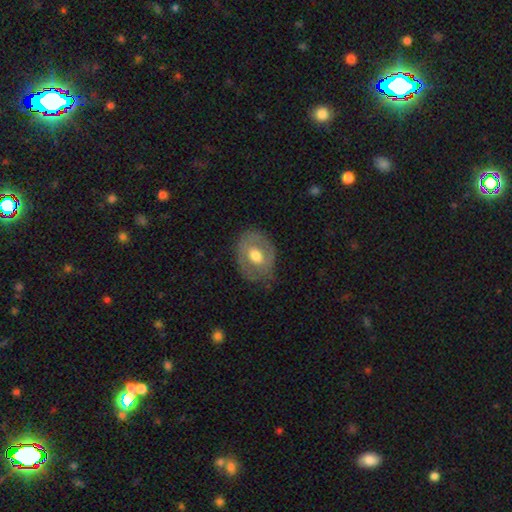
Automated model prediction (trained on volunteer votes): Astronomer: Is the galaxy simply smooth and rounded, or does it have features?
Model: featured or disk — 48% (runner-up: smooth, 46%).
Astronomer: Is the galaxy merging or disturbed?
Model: none — 69%.